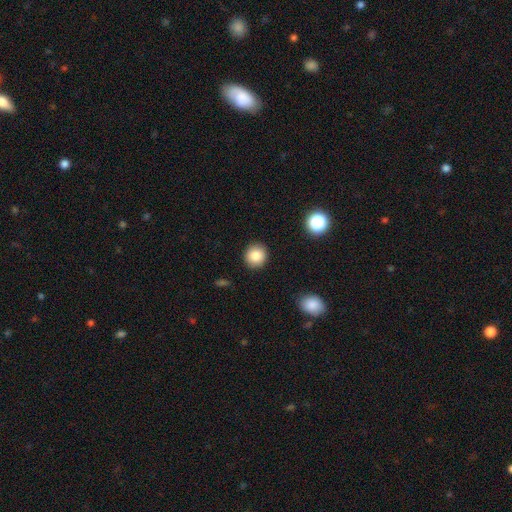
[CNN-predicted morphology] A smooth galaxy with no disk features (84%) that is round (90%).

Vote fractions:
- Smooth or featured? smooth: 84% / star or artifact: 10% / featured or disk: 6%
- How rounded? round: 90% / in between: 9% / cigar-shaped: 1%
- Merging? none: 91% / minor disturbance: 6% / major disturbance: 2% / merger: 1%